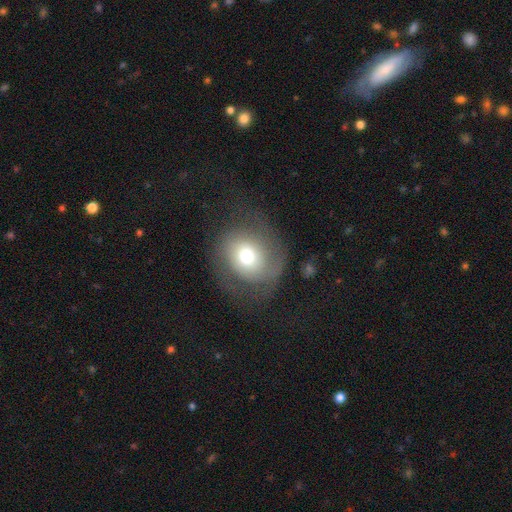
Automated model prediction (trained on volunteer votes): Smooth or featured? featured or disk (62%)
Edge-on disk? no (97%)
Bar? no (70%)
Spiral arms? yes (81%)
Bulge size? moderate (64%)
Merging? none (64%)